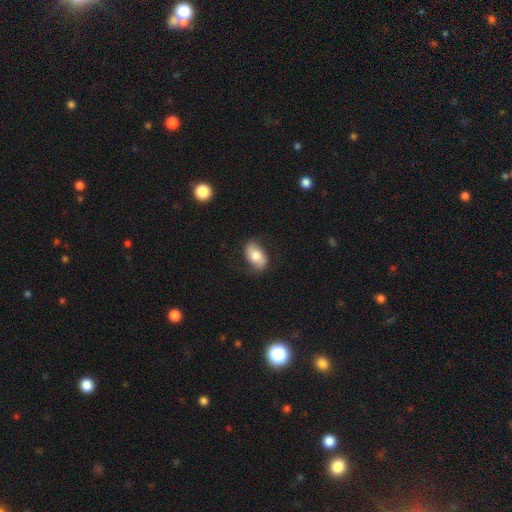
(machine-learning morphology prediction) This appears to be a smooth galaxy with no disk features (67%) that is in between round and cigar-shaped (90%). Merging: none (75%).